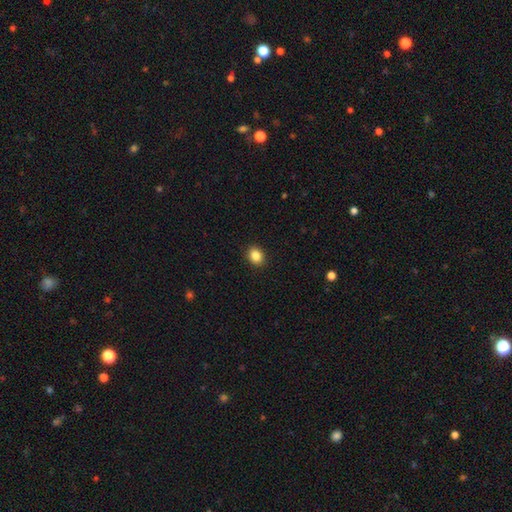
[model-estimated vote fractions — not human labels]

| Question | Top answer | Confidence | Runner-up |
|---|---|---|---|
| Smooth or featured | smooth | 86% | star or artifact (9%) |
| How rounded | in between | 50% | round (49%) |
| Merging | none | 91% | minor disturbance (6%) |